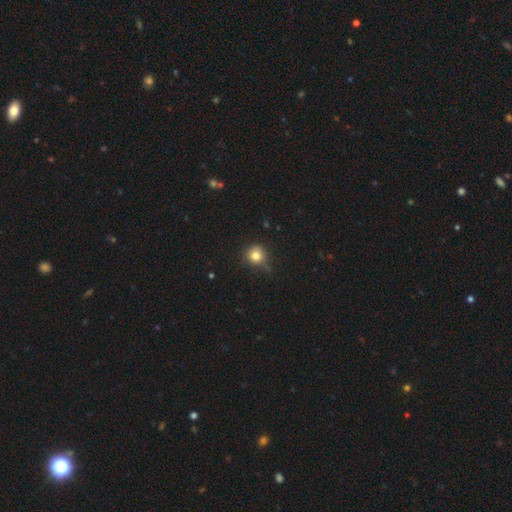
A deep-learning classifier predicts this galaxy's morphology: Smooth or featured? Predicted: smooth (p=0.79). How rounded? Predicted: round (p=0.91). Merging? Predicted: none (p=0.66).